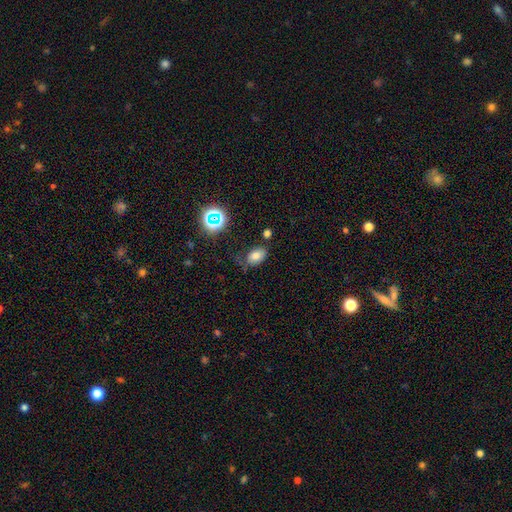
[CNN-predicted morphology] A smooth galaxy with no disk features (74%) that is in between round and cigar-shaped (85%). Merging: none (61%).